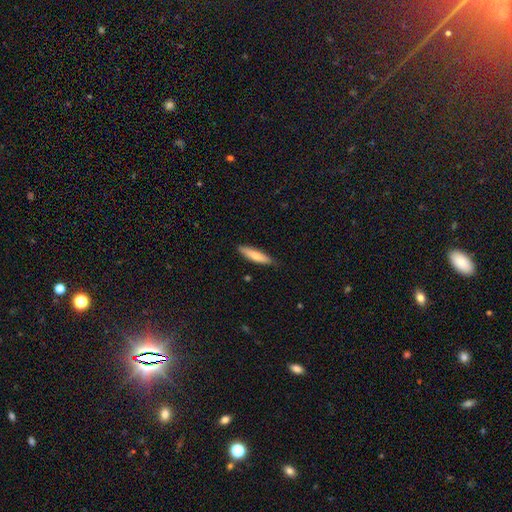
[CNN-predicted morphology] A smooth galaxy with no disk features (69%) that is cigar-shaped (76%).

Vote fractions:
- Smooth or featured? smooth: 69% / featured or disk: 25% / star or artifact: 6%
- How rounded? cigar-shaped: 76% / in between: 22% / round: 2%
- Merging? none: 86% / minor disturbance: 11% / major disturbance: 2% / merger: 1%